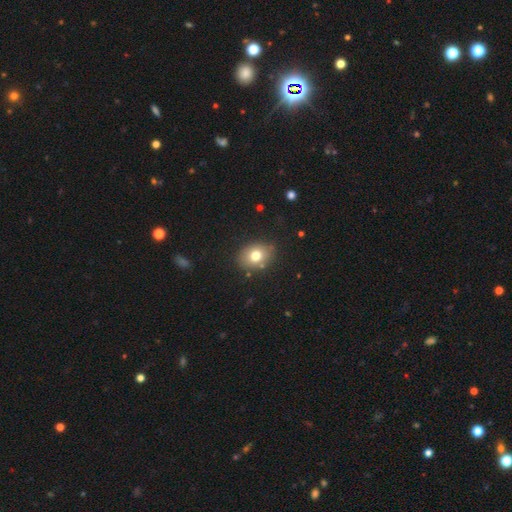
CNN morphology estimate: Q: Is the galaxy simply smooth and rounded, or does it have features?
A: smooth — 75%.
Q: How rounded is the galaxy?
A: in between — 56%.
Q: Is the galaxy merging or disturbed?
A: none — 84%.